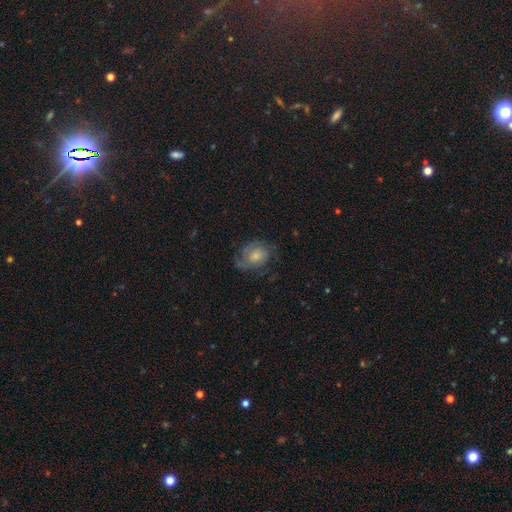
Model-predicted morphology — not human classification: Smooth or featured? featured or disk (58%)
Edge-on disk? no (97%)
Bar? no (72%)
Spiral arms? yes (84%)
Bulge size? small (45%)
Merging? none (58%)